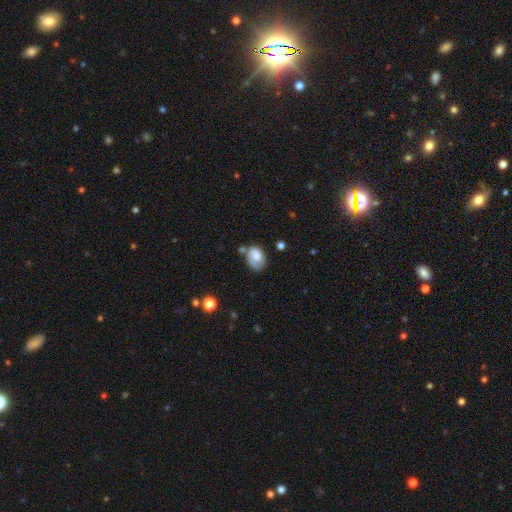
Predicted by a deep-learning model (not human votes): Smooth or featured? smooth (66%)
How rounded? in between (77%)
Merging? none (42%)